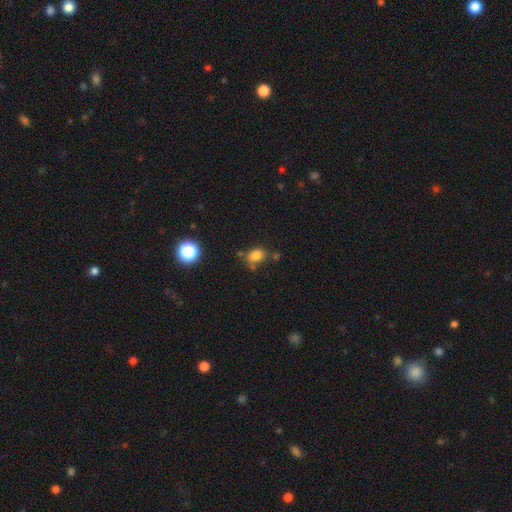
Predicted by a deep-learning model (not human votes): smooth 80%, star or artifact 14%, featured or disk 6%. Down the decision tree: how rounded — in between (61%); merging — none (64%).